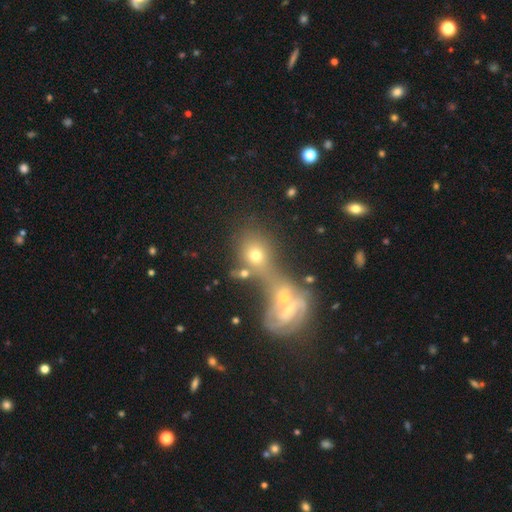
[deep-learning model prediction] This is possibly a smooth galaxy (49%). Merging: possibly merger (52%).